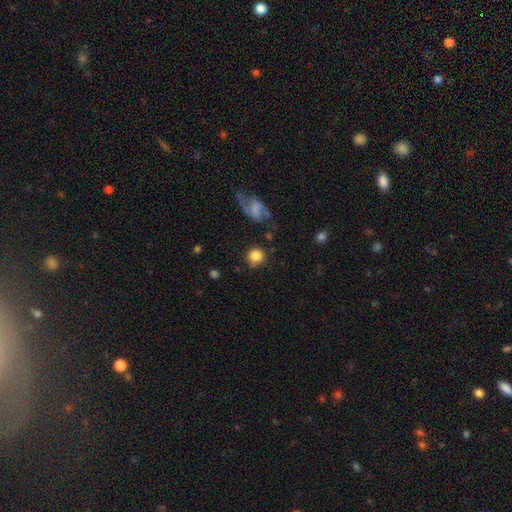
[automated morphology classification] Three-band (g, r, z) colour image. It shows a smooth galaxy with no disk features (80%) that is round (86%). Merging: none (72%).